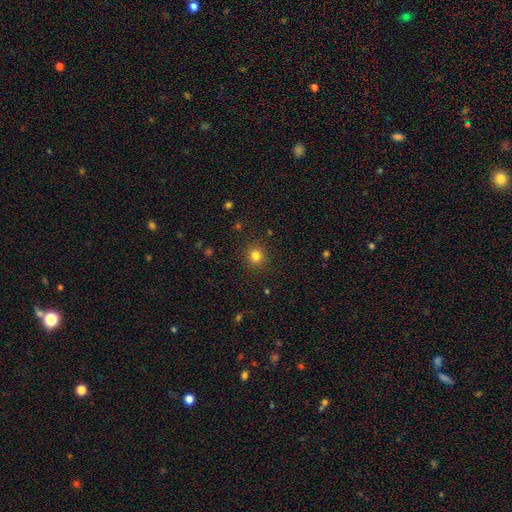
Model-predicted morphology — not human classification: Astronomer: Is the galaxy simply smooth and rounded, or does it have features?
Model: smooth — 80%.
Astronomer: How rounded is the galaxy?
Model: round — 89%.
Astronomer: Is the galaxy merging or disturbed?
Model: none — 90%.